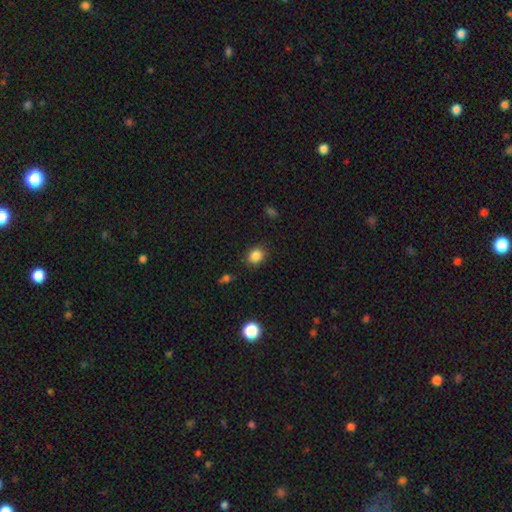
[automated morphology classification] Overall: smooth (85%). How rounded: round (63%; in between 36%). Merging: none (86%).